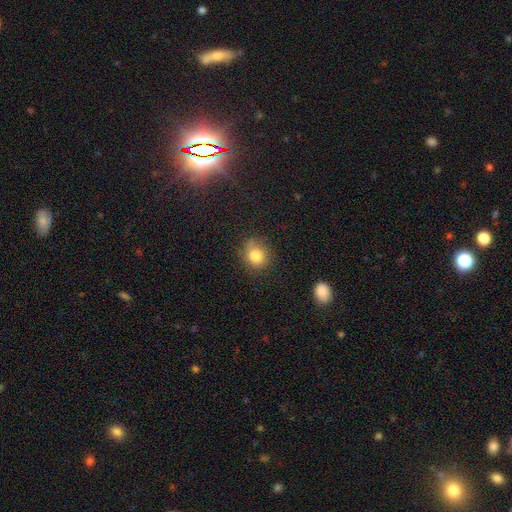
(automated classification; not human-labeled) The model was most divided on "how rounded": round: 75%, in between: 24%, cigar-shaped: 1%. More confident: smooth or featured — smooth (80%); merging — none (73%).